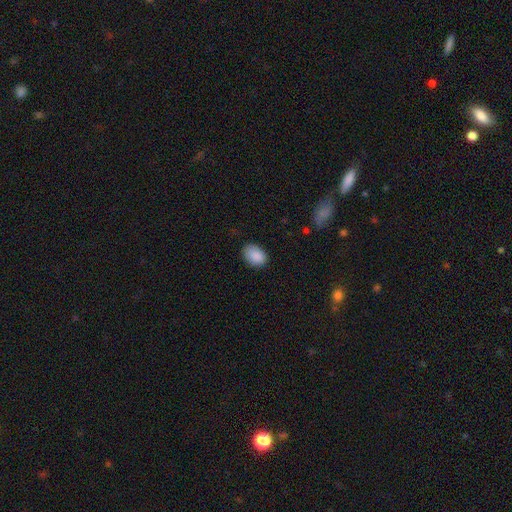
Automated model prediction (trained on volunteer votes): A smooth galaxy with no disk features (89%) that is in between round and cigar-shaped (79%). Merging: none (81%).